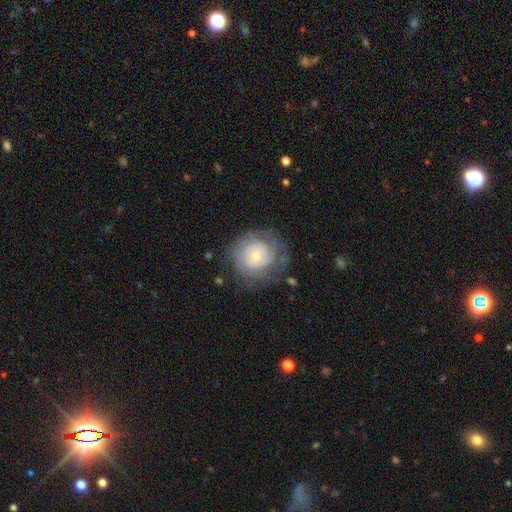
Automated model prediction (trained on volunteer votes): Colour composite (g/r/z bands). It shows a featured or disk galaxy (72%) with no bar (77%), tight (73%) spiral arms (86%) and a small central bulge (62%). Merging: none (73%).